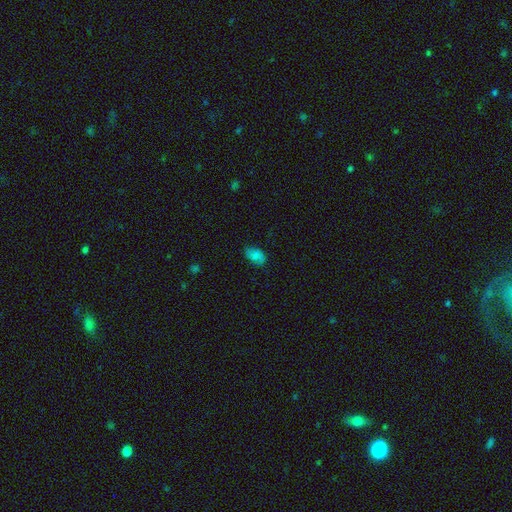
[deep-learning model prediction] This is likely a smooth galaxy (75%). How rounded: clearly in between (90%). Merging: likely none (76%).